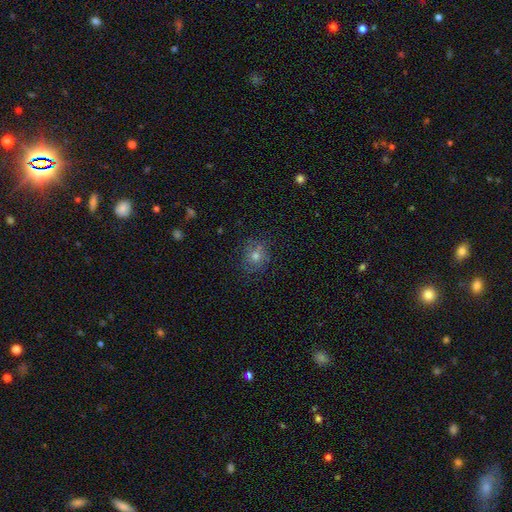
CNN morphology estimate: This is likely a smooth galaxy (62%). How rounded: likely round (79%). Merging: likely none (78%).